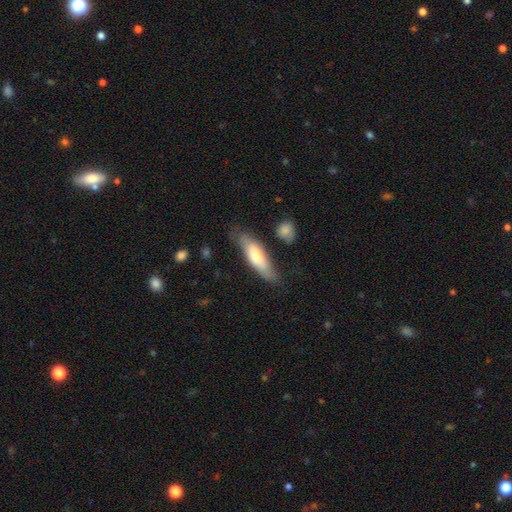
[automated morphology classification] Overall: smooth (65%; featured or disk 30%). How rounded: cigar-shaped (58%; in between 40%). Merging: none (71%).